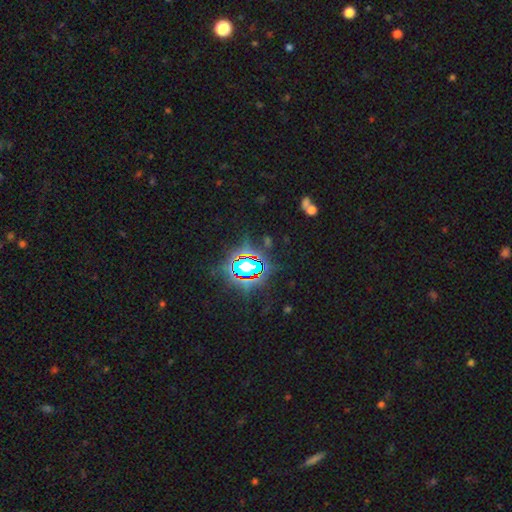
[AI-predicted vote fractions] Smooth or featured?
  - star or artifact: 82% *
  - smooth: 10%
  - featured or disk: 8%